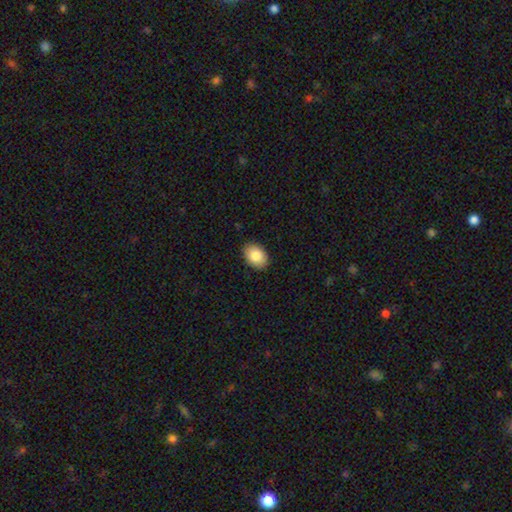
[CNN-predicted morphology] smooth 84%, featured or disk 8%, star or artifact 7%. Down the decision tree: how rounded — in between (77%); merging — none (89%).